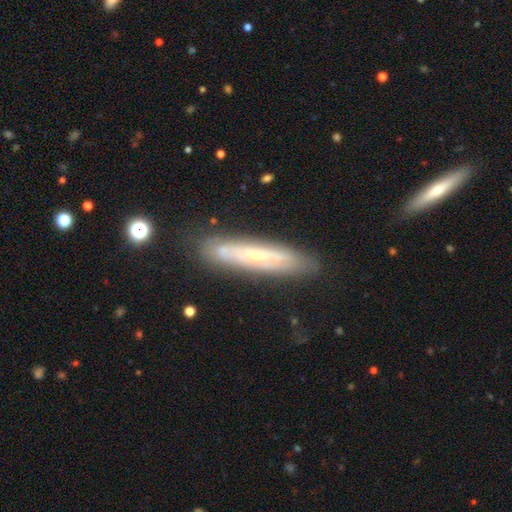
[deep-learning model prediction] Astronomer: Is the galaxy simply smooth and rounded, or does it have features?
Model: featured or disk — 66%.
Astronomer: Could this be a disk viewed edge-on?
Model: yes — 56% (runner-up: no, 44%).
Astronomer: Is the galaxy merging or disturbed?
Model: none — 82%.